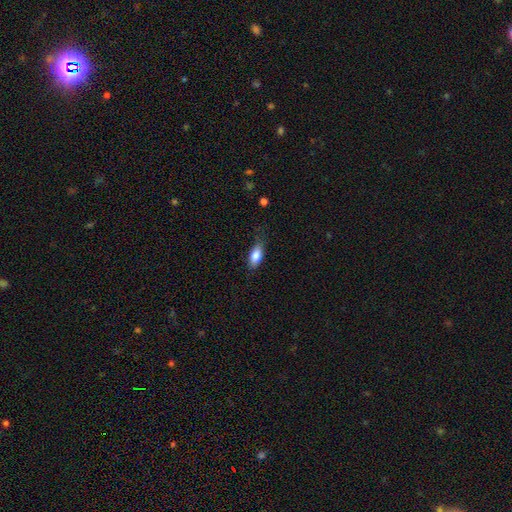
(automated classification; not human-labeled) This appears to be a smooth galaxy with no disk features (80%) that is in between round and cigar-shaped (83%). Merging: none (73%).